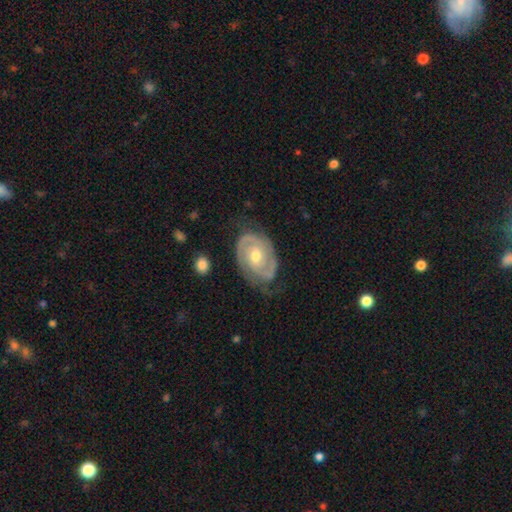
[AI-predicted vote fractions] A featured or disk galaxy (87%) with no bar (62%), 2 (83%) tight (61%) spiral arms (95%) and a moderate central bulge (69%).

Vote fractions:
- Smooth or featured? featured or disk: 87% / smooth: 8% / star or artifact: 4%
- Edge-on disk? no: 97% / yes: 3%
- Bar? no: 62% / weak: 31% / strong: 8%
- Spiral arms? yes: 95% / no: 5%
- Spiral winding? tight: 61% / medium: 32% / loose: 7%
- Spiral arm count? 2: 83% / can't tell: 8% / 3: 4% / 1: 3% / 4: 1% / more than 4: 1%
- Bulge size? moderate: 69% / small: 26% / large: 3% / none: 1% / dominant: 1%
- Merging? none: 72% / minor disturbance: 20% / major disturbance: 7% / merger: 1%